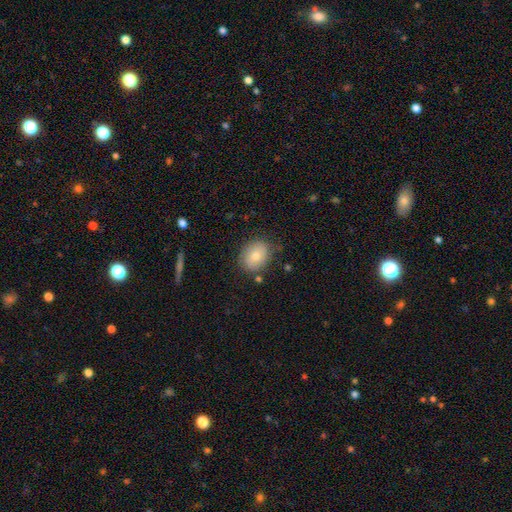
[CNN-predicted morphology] This is likely a smooth galaxy (76%). How rounded: possibly round (54%). Merging: likely none (77%).